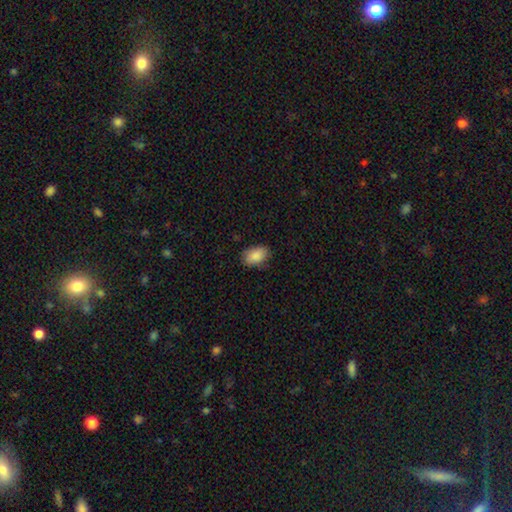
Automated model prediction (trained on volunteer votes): This appears to be a smooth galaxy with no disk features (89%) that is in between round and cigar-shaped (91%). Merging: none (81%).